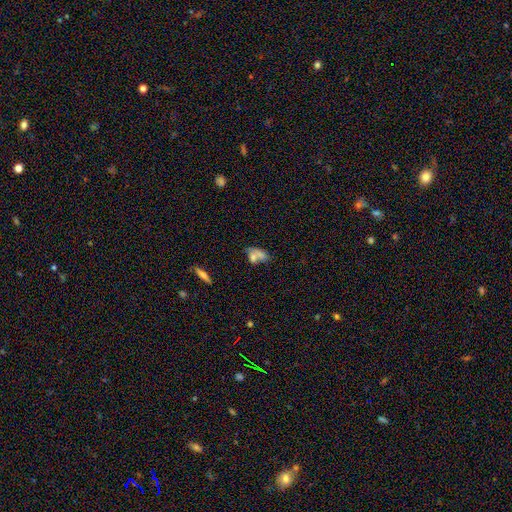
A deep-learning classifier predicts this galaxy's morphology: Q: Smooth or featured?
A: smooth (63%); runner-up: featured or disk (26%)
Q: How rounded?
A: in between (81%); runner-up: round (14%)
Q: Merging?
A: merger (41%); runner-up: none (31%)